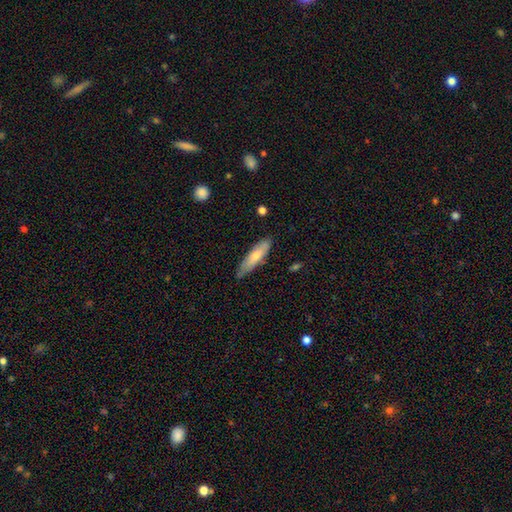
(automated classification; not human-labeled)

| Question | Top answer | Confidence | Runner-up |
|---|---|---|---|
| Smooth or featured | smooth | 63% | featured or disk (31%) |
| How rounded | cigar-shaped | 74% | in between (25%) |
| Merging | none | 79% | minor disturbance (17%) |